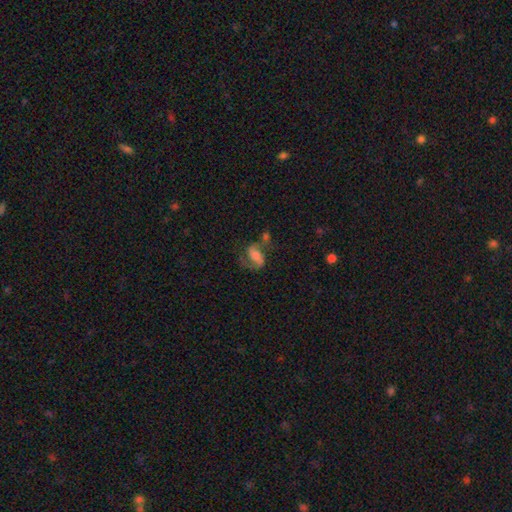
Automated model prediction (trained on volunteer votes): smooth_or_featured: featured or disk (p=0.61) [alt: smooth p=0.30]
disk_edge_on: no (p=0.96) [alt: yes p=0.04]
bar: weak (p=0.39) [alt: no p=0.36]
has_spiral_arms: yes (p=0.86) [alt: no p=0.14]
spiral_winding: medium (p=0.45) [alt: loose p=0.42]
spiral_arm_count: 2 (p=0.81) [alt: 1 p=0.11]
bulge_size: moderate (p=0.44) [alt: small p=0.27]
merging: none (p=0.39) [alt: merger p=0.22]